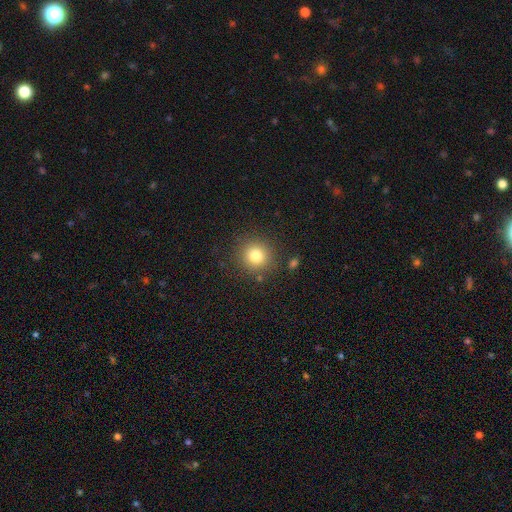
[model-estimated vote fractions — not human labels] smooth_or_featured: smooth (p=0.80) [alt: star or artifact p=0.12]
how_rounded: round (p=0.91) [alt: in between p=0.08]
merging: none (p=0.86) [alt: minor disturbance p=0.08]